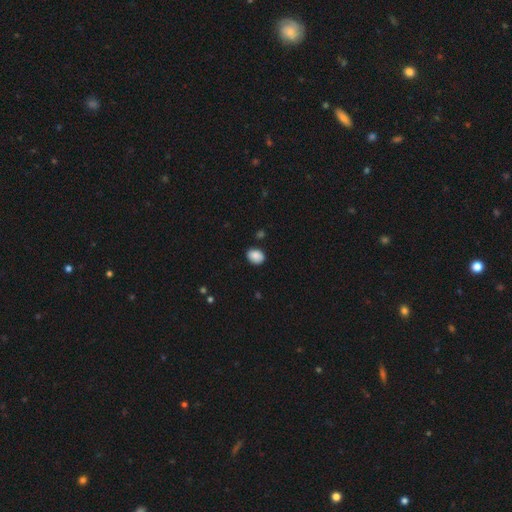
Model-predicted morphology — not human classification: Smooth or featured?
  - smooth: 87% *
  - star or artifact: 8%
  - featured or disk: 5%
How rounded?
  - in between: 62% *
  - round: 37%
  - cigar-shaped: 1%
Merging?
  - none: 83% *
  - minor disturbance: 13%
  - major disturbance: 2%
  - merger: 2%